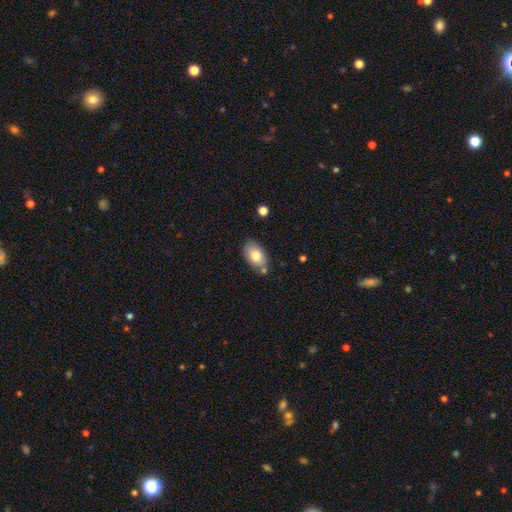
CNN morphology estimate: Smooth or featured?
  - smooth: 80% *
  - featured or disk: 13%
  - star or artifact: 7%
How rounded?
  - in between: 91% *
  - round: 7%
  - cigar-shaped: 2%
Merging?
  - none: 73% *
  - minor disturbance: 16%
  - merger: 8%
  - major disturbance: 3%